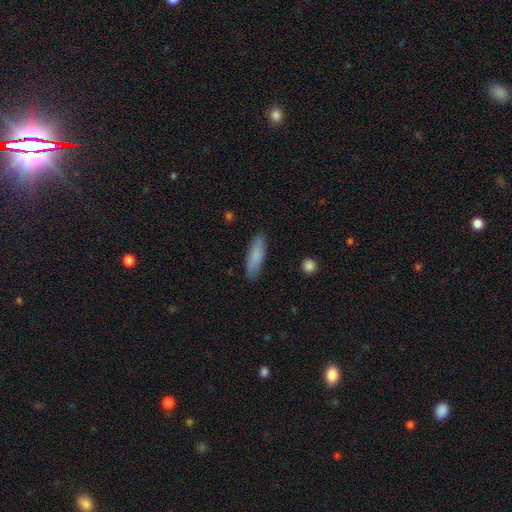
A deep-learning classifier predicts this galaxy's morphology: Smooth or featured? Predicted: smooth (p=0.84). How rounded? Predicted: cigar-shaped (p=0.53). Merging? Predicted: none (p=0.87).